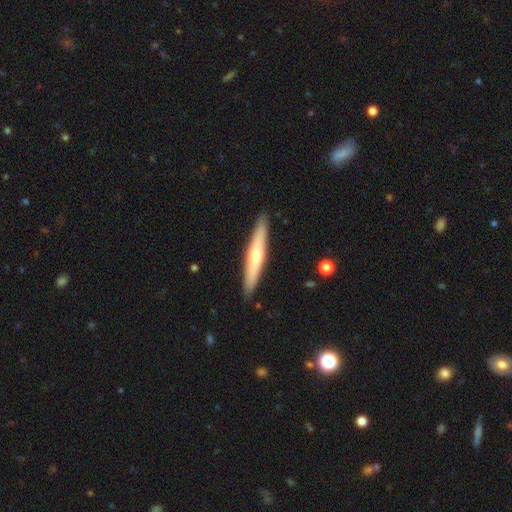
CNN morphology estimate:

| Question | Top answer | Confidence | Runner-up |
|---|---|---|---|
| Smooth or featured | featured or disk | 47% | tied: smooth (47%) |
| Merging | none | 90% | minor disturbance (7%) |